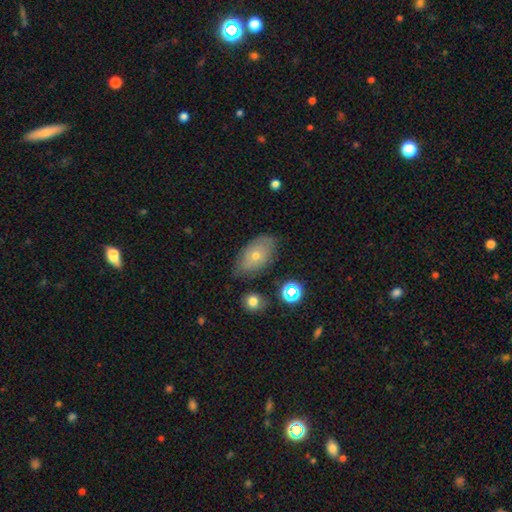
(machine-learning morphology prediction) smooth_or_featured: smooth (p=0.52) [alt: featured or disk p=0.36]
how_rounded: in between (p=0.88) [alt: round p=0.10]
merging: none (p=0.71) [alt: minor disturbance p=0.22]